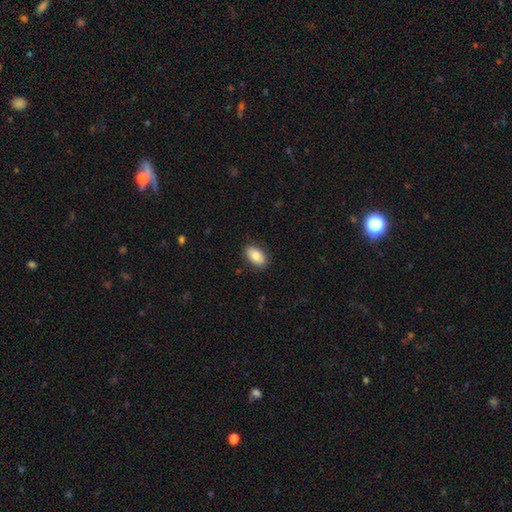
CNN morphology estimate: smooth_or_featured: smooth (p=0.82) [alt: featured or disk p=0.11]
how_rounded: in between (p=0.92) [alt: round p=0.06]
merging: none (p=0.86) [alt: minor disturbance p=0.11]